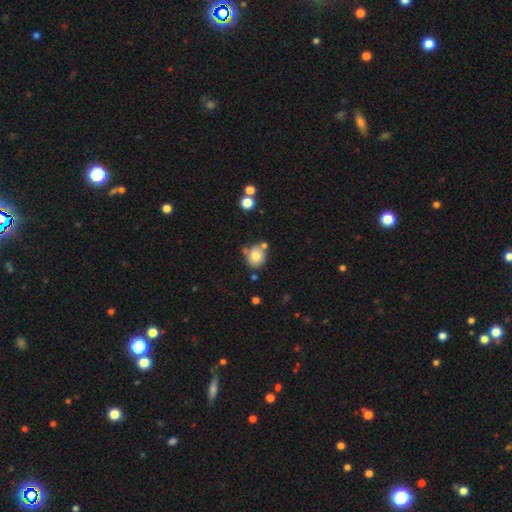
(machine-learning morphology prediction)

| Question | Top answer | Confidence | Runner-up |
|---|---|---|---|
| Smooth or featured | smooth | 76% | featured or disk (14%) |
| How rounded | round | 74% | in between (25%) |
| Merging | none | 56% | minor disturbance (21%) |